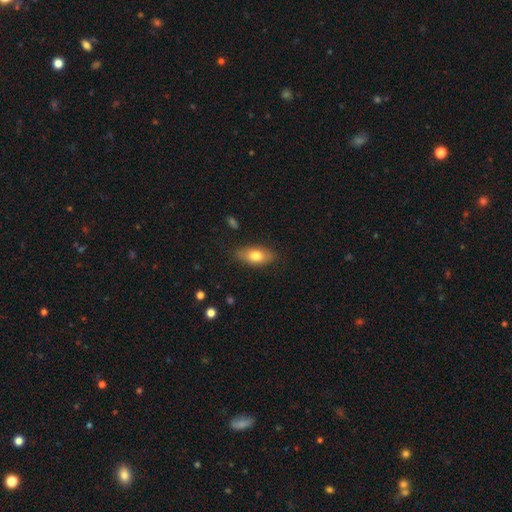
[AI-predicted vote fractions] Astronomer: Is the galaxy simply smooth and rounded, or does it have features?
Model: smooth — 76%.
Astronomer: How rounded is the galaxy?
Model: in between — 86%.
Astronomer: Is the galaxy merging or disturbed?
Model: none — 83%.